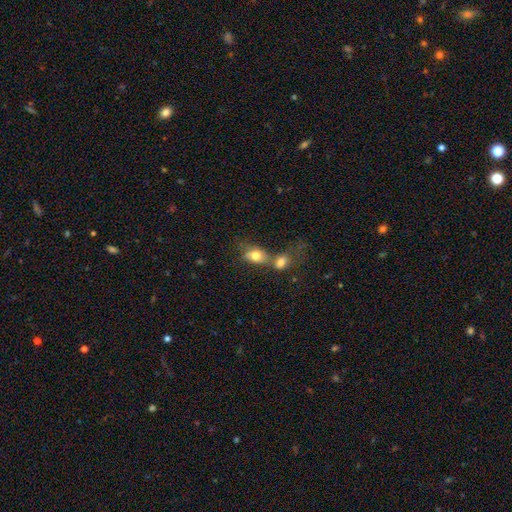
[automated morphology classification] Smooth or featured: smooth — 76% (featured or disk — 14%)
How rounded: in between — 75% (round — 23%)
Merging: merger — 53% (none — 28%)